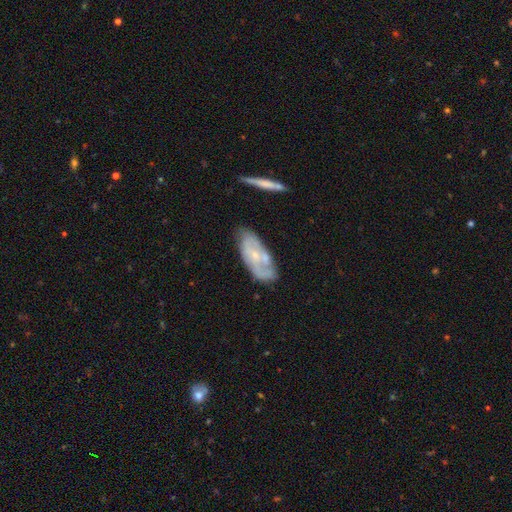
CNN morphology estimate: Smooth or featured?
  - featured or disk: 63% *
  - smooth: 30%
  - star or artifact: 6%
Edge-on disk?
  - no: 89% *
  - yes: 11%
Bar?
  - no: 70% *
  - weak: 24%
  - strong: 6%
Spiral arms?
  - yes: 61% *
  - no: 39%
Bulge size?
  - small: 70% *
  - moderate: 23%
  - none: 5%
  - large: 1%
  - dominant: 1%
Merging?
  - none: 55% *
  - minor disturbance: 26%
  - merger: 10%
  - major disturbance: 9%